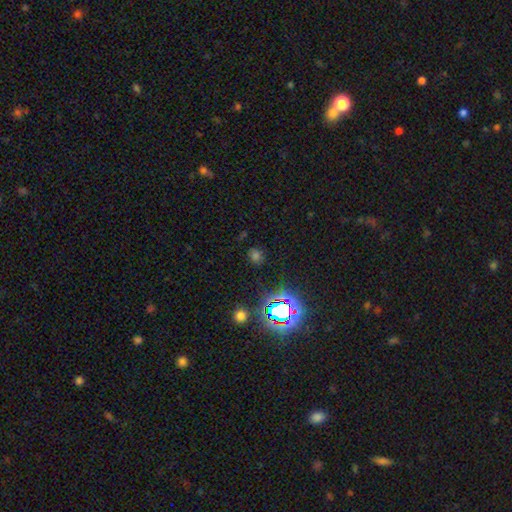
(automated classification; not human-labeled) Smooth or featured? smooth (47%)
Merging? none (82%)